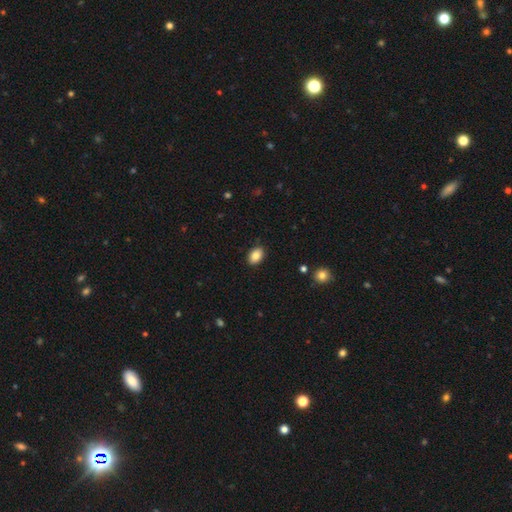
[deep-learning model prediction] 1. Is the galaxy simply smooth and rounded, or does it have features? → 87% smooth, 8% star or artifact, 5% featured or disk.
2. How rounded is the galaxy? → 86% in between, 13% round, 1% cigar-shaped.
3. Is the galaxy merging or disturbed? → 88% none, 9% minor disturbance, 2% major disturbance, 1% merger.